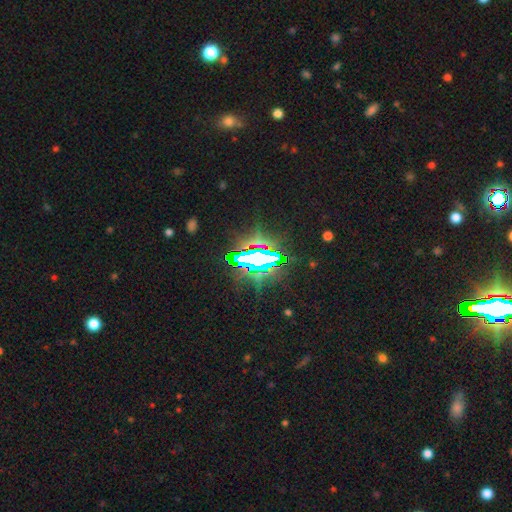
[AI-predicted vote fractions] This appears to be a star or artifact, not a galaxy (76%).